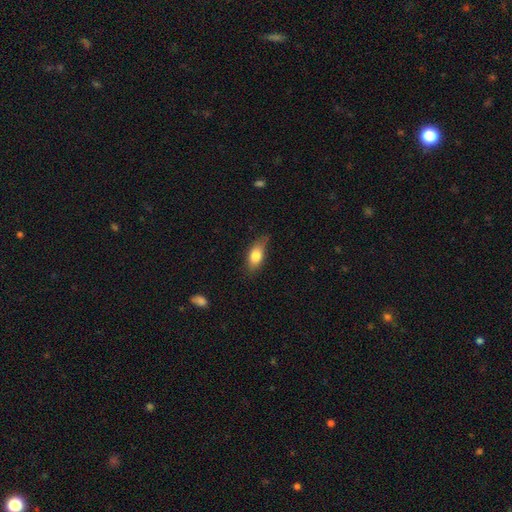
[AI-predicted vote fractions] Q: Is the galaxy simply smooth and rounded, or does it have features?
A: smooth — 76%.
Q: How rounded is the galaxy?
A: in between — 81%.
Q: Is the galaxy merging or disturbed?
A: none — 69%.